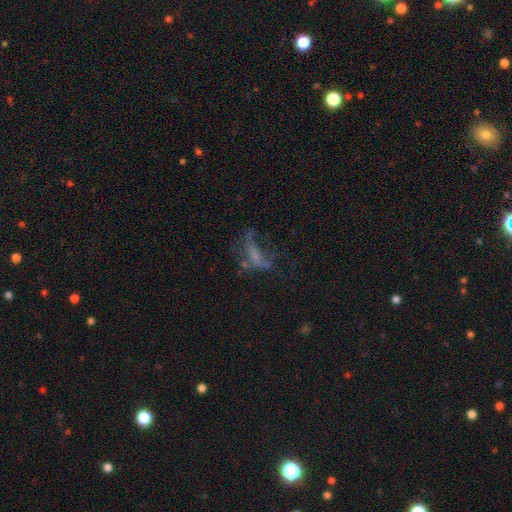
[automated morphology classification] type=featured or disk (45%); merging=major disturbance (44%).